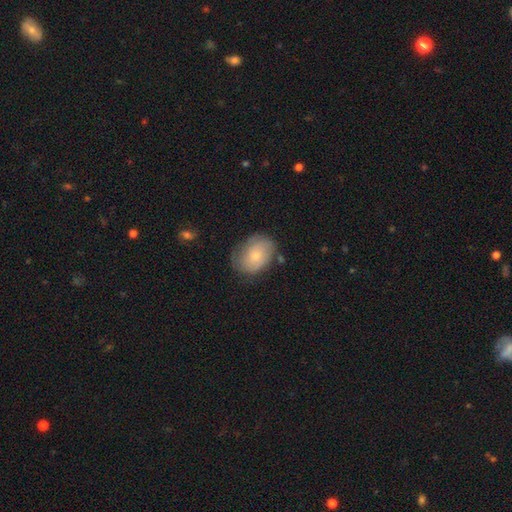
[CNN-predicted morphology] smooth 58%, featured or disk 35%, star or artifact 7%. Down the decision tree: how rounded — in between (70%); merging — none (65%).